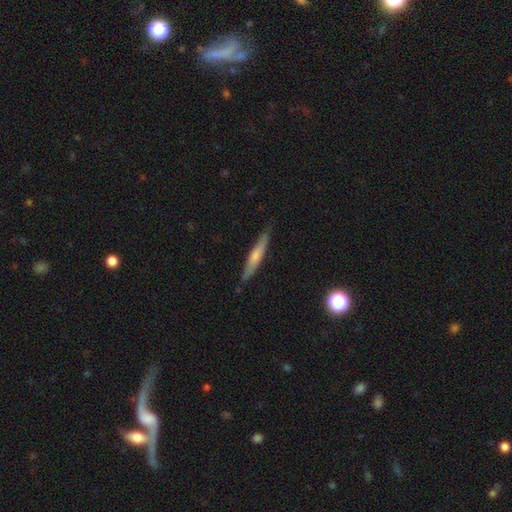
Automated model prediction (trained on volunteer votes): This is possibly a smooth galaxy (57%). How rounded: clearly cigar-shaped (92%). Merging: clearly none (83%).